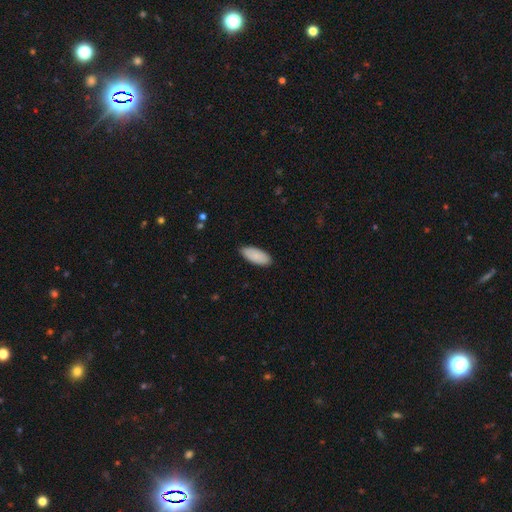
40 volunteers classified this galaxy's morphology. Smooth or featured?
  - smooth: 85% *
  - featured or disk: 10%
  - star or artifact: 5%
How rounded?
  - in between: 91% *
  - cigar-shaped: 6%
  - round: 3%
Merging?
  - none: 87% *
  - minor disturbance: 13%
  - major disturbance: 0%
  - merger: 0%